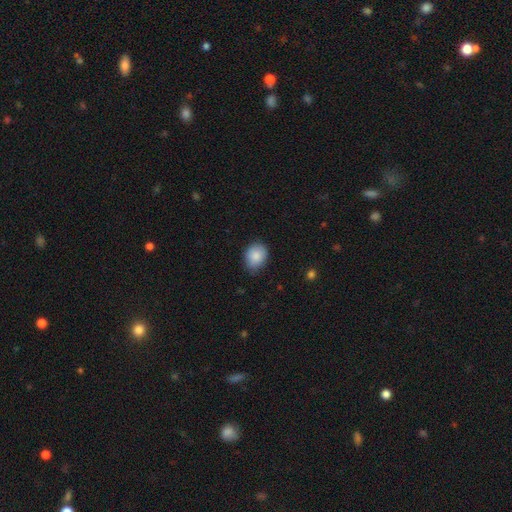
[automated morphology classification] smooth 87%, star or artifact 7%, featured or disk 6%. Down the decision tree: how rounded — round (52%); merging — none (76%).